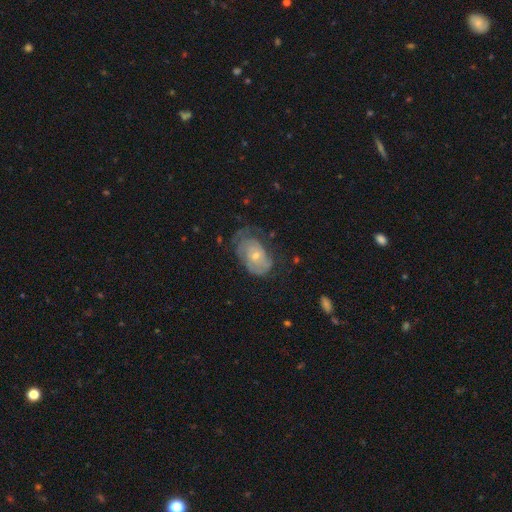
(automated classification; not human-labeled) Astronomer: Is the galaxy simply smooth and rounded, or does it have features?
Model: featured or disk — 60%.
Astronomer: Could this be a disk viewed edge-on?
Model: no — 95%.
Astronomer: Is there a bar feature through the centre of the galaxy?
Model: no — 74%.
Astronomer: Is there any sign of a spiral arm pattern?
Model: yes — 69%.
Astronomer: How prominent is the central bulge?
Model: small — 56% (runner-up: moderate, 39%).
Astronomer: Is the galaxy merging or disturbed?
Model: none — 43% (runner-up: minor disturbance, 31%).